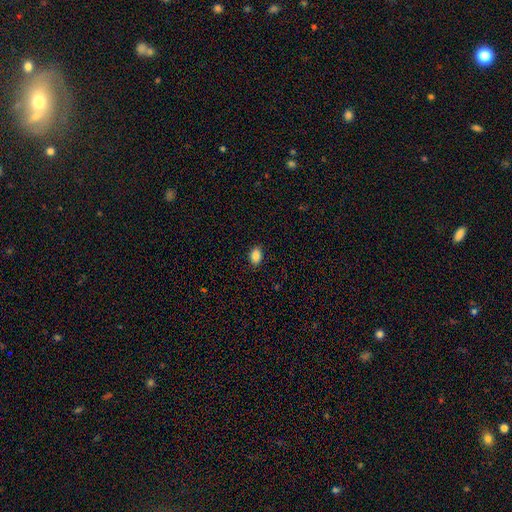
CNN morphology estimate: smooth_or_featured: smooth (p=0.88) [alt: star or artifact p=0.08]
how_rounded: in between (p=0.84) [alt: round p=0.15]
merging: none (p=0.88) [alt: minor disturbance p=0.09]